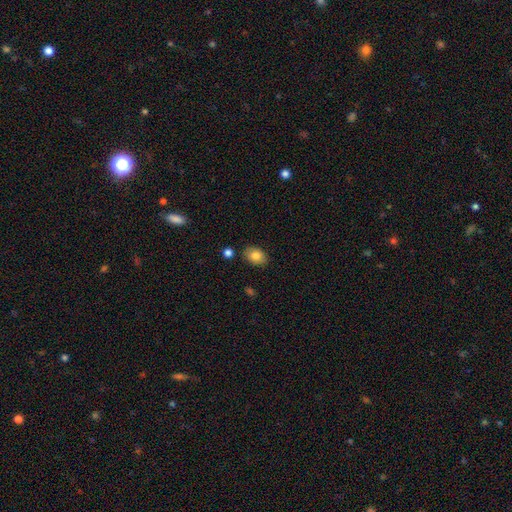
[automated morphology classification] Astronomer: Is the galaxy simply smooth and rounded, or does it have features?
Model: smooth — 83%.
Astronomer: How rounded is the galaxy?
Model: in between — 78%.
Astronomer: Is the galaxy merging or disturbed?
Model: none — 85%.